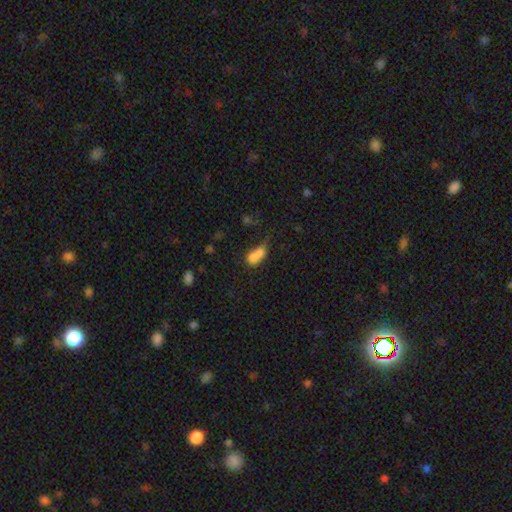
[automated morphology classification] Overall: smooth (71%). How rounded: in between (66%; round 30%). Merging: merger (62%).